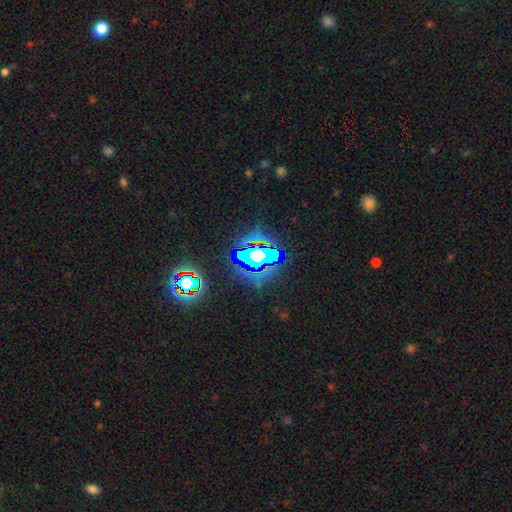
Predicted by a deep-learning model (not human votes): star or artifact 62%, smooth 20%, featured or disk 18%.